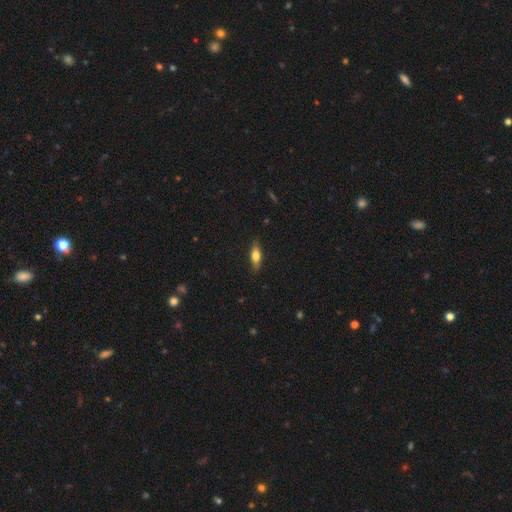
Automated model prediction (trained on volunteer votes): Smooth or featured? smooth (65%)
How rounded? in between (57%)
Merging? none (84%)